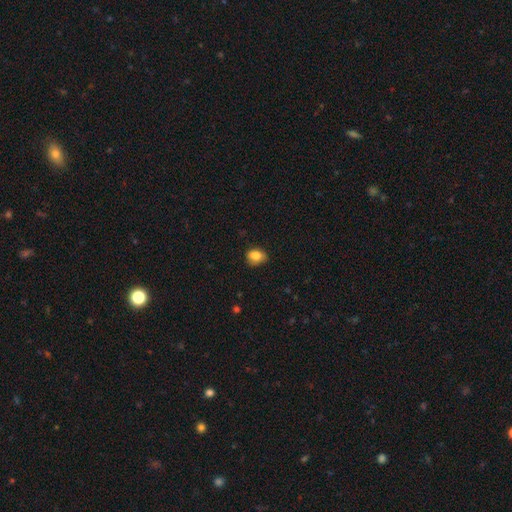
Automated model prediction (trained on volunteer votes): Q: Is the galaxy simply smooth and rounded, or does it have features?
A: smooth — 82%.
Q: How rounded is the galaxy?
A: in between — 59%.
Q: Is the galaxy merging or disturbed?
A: none — 73%.